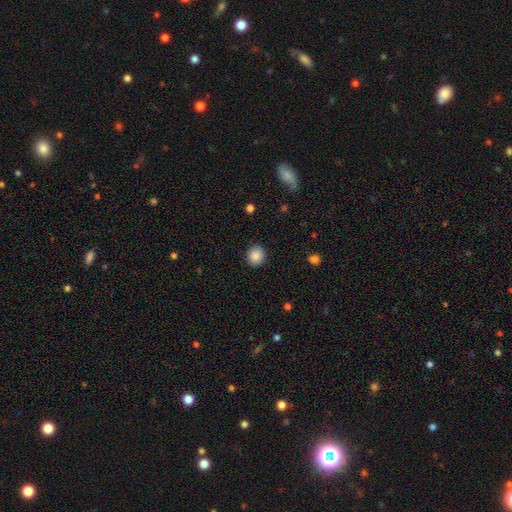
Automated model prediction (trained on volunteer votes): Morphology: type=smooth (87%); roundness=round (81%); merging=none (90%).